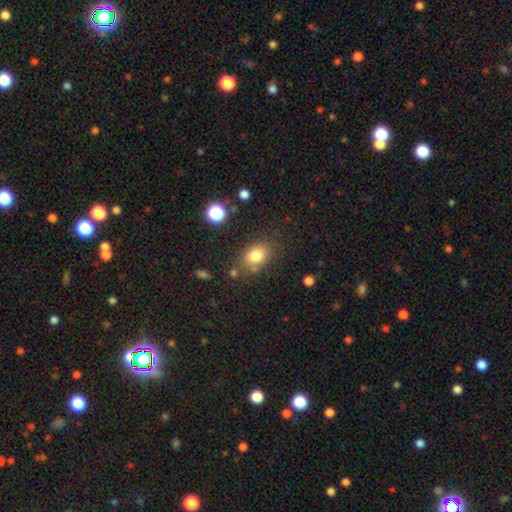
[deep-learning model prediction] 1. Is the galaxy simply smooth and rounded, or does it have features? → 80% smooth, 11% star or artifact, 9% featured or disk.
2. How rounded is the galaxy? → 70% in between, 29% round, 1% cigar-shaped.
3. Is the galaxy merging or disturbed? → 74% none, 15% minor disturbance, 6% major disturbance, 5% merger.